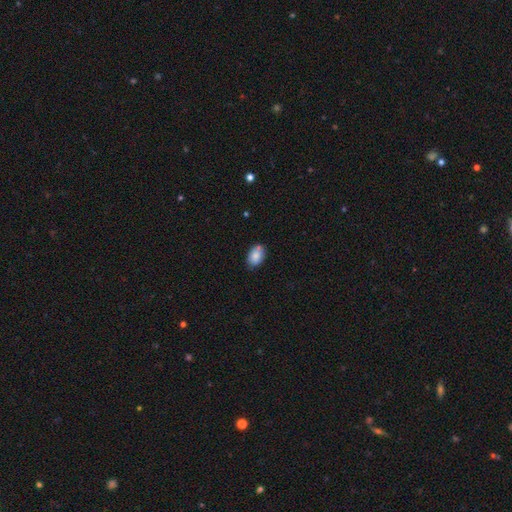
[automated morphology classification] This is clearly a smooth galaxy (83%). How rounded: clearly in between (88%). Merging: likely none (70%).